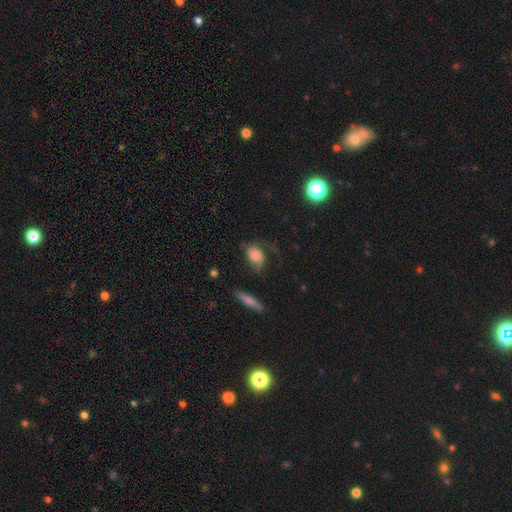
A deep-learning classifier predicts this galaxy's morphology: featured or disk 48%, smooth 44%, star or artifact 8%. Down the decision tree: merging — none (39%).